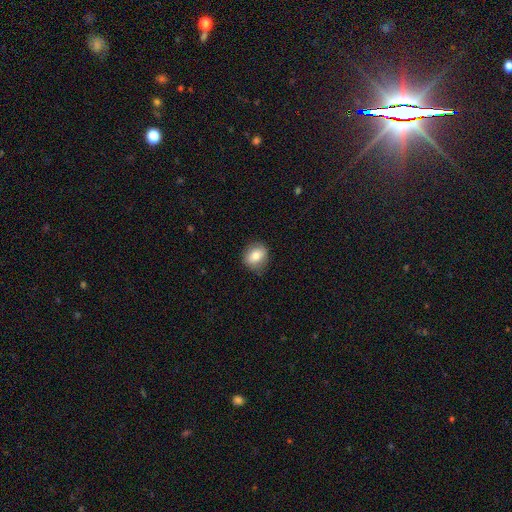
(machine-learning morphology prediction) Smooth or featured: smooth — 77% (featured or disk — 15%)
How rounded: round — 63% (in between — 36%)
Merging: none — 80% (minor disturbance — 15%)